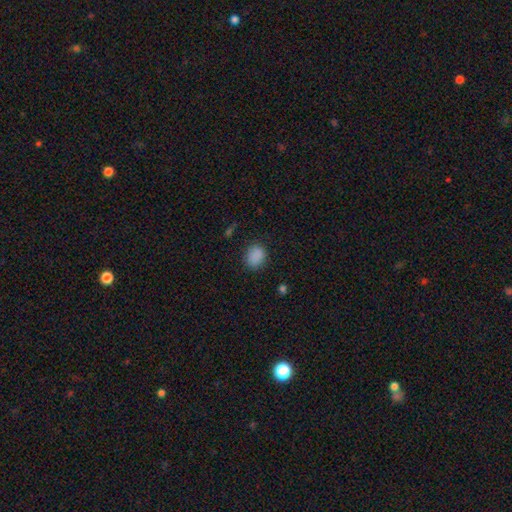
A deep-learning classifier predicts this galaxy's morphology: smooth-or-featured: smooth: 87% | star or artifact: 10% | featured or disk: 3%
  how-rounded: in between: 53% | round: 46% | cigar-shaped: 1%
  merging: none: 82% | minor disturbance: 13% | major disturbance: 4% | merger: 1%